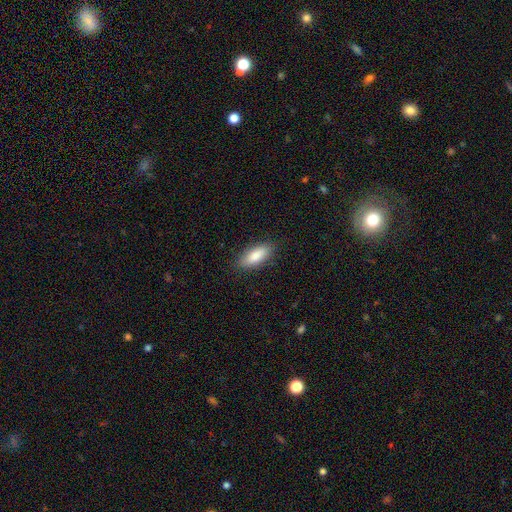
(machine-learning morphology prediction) Smooth or featured: smooth — 86% (featured or disk — 8%)
How rounded: in between — 78% (cigar-shaped — 20%)
Merging: none — 86% (minor disturbance — 10%)